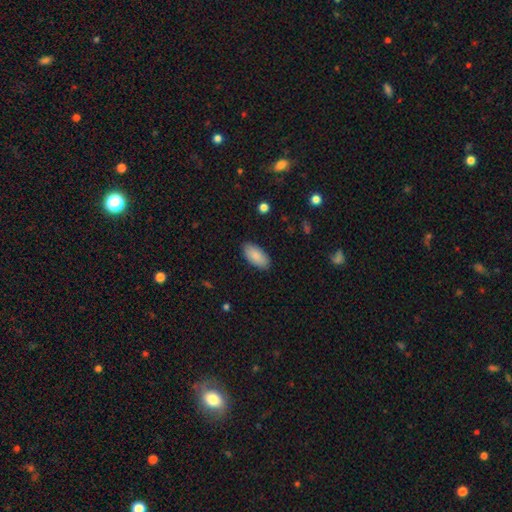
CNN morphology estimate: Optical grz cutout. It shows a smooth galaxy with no disk features (88%) that is in between round and cigar-shaped (93%). Merging: none (87%).